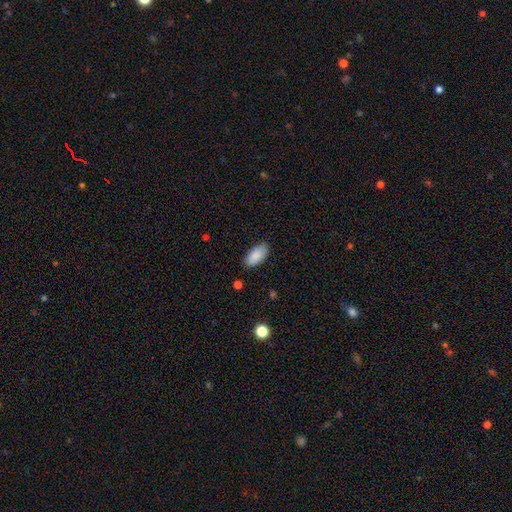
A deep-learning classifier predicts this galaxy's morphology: Q: Smooth or featured?
A: smooth (89%); runner-up: star or artifact (6%)
Q: How rounded?
A: in between (93%); runner-up: cigar-shaped (5%)
Q: Merging?
A: none (85%); runner-up: minor disturbance (11%)